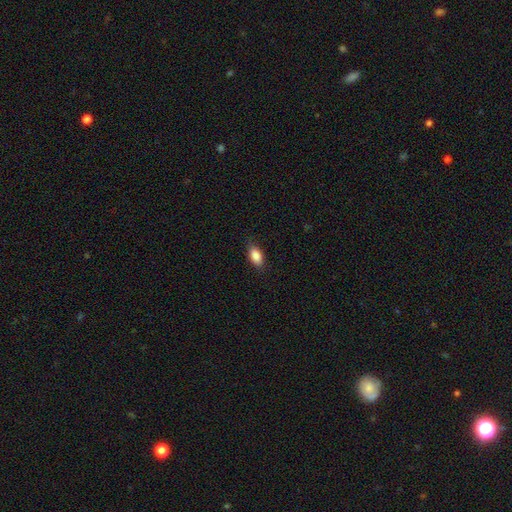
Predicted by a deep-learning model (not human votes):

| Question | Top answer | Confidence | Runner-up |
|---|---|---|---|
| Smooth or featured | smooth | 87% | star or artifact (7%) |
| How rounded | in between | 89% | round (6%) |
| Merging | none | 83% | minor disturbance (13%) |